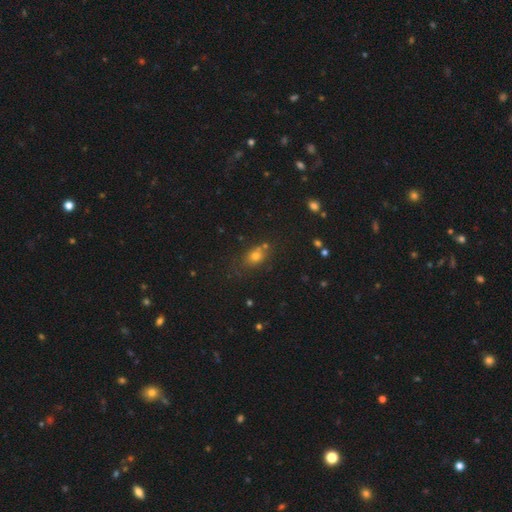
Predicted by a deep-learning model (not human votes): Smooth or featured?
  - smooth: 69% *
  - star or artifact: 19%
  - featured or disk: 11%
How rounded?
  - in between: 53% *
  - round: 44%
  - cigar-shaped: 3%
Merging?
  - none: 63% *
  - minor disturbance: 17%
  - merger: 14%
  - major disturbance: 6%